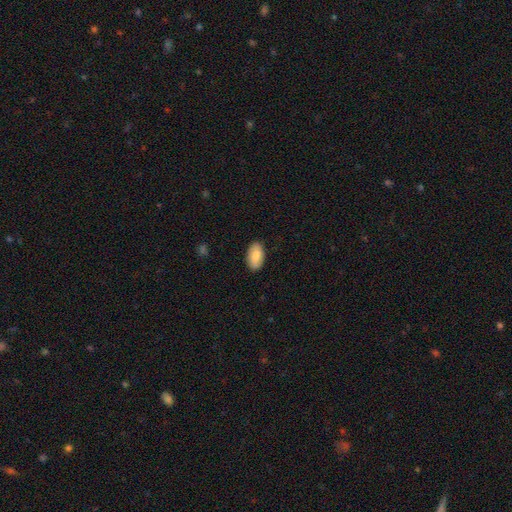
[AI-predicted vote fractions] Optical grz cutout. It shows a smooth galaxy with no disk features (84%) that is in between round and cigar-shaped (95%). Merging: none (88%).